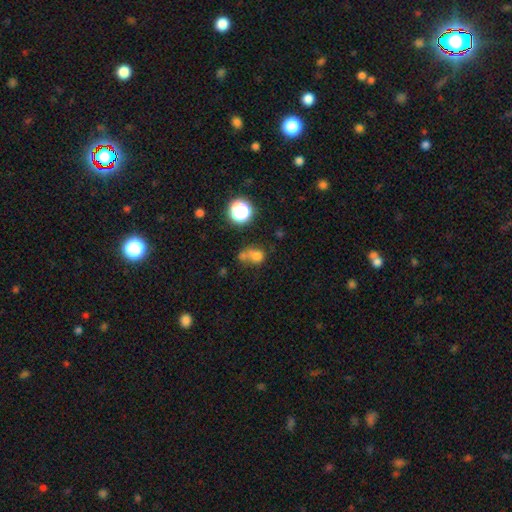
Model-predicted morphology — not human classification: This appears to be a smooth galaxy with no disk features (68%) that is round (69%). Merging: merger (43%).